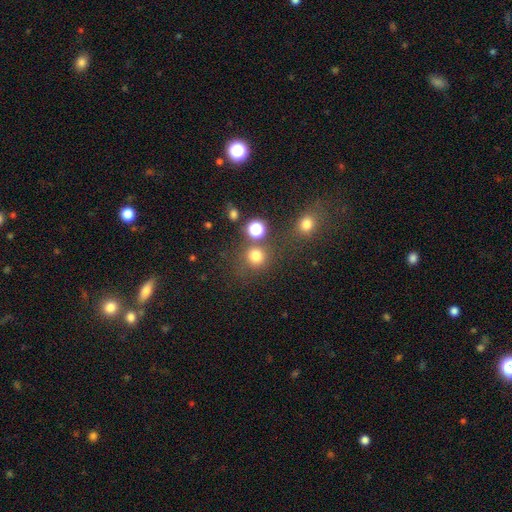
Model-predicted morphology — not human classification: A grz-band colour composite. It shows a smooth galaxy with no disk features (76%) that is round (90%). Merging: none (72%).